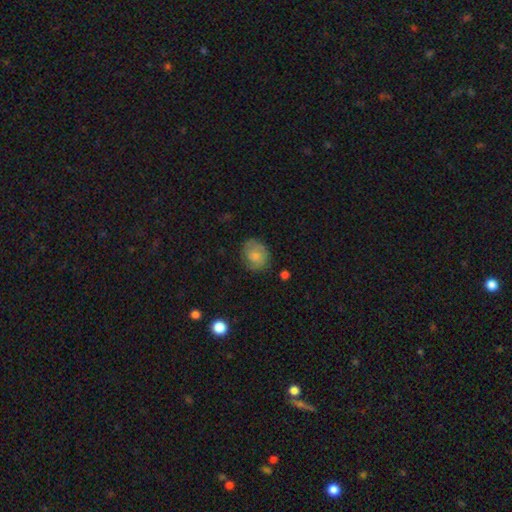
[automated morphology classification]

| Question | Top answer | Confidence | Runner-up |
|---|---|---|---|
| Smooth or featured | smooth | 65% | featured or disk (27%) |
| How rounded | round | 63% | in between (36%) |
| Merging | none | 72% | minor disturbance (20%) |